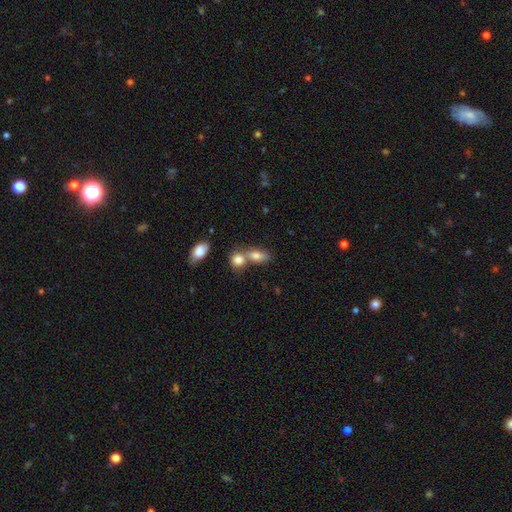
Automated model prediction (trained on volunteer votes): A smooth galaxy with no disk features (76%) that is in between round and cigar-shaped (76%). Merging: merger (52%).